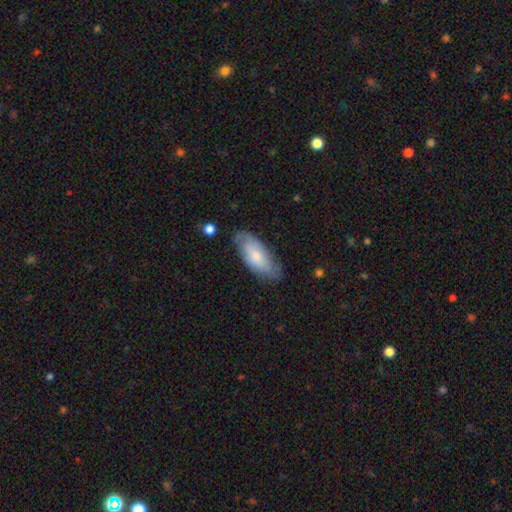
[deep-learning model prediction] The model was most divided on "smooth or featured": smooth: 57%, featured or disk: 36%, star or artifact: 7%. More confident: how rounded — in between (81%); merging — none (73%).